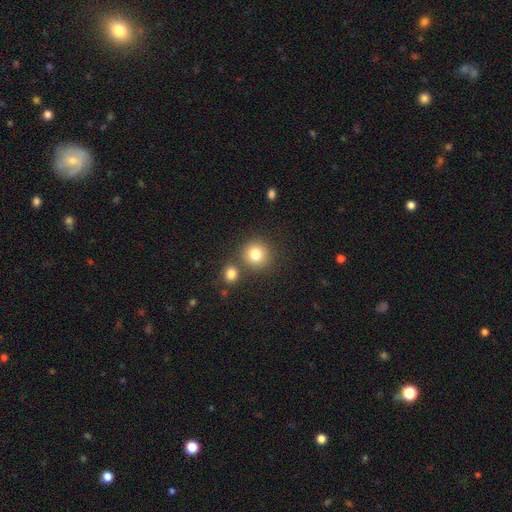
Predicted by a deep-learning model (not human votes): Smooth or featured? smooth (81%)
How rounded? round (91%)
Merging? none (73%)